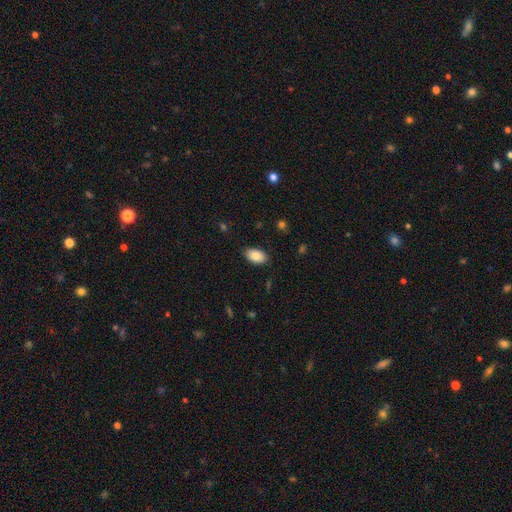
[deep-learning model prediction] The model was most divided on "smooth or featured": smooth: 84%, featured or disk: 10%, star or artifact: 7%. More confident: how rounded — in between (93%); merging — none (87%).